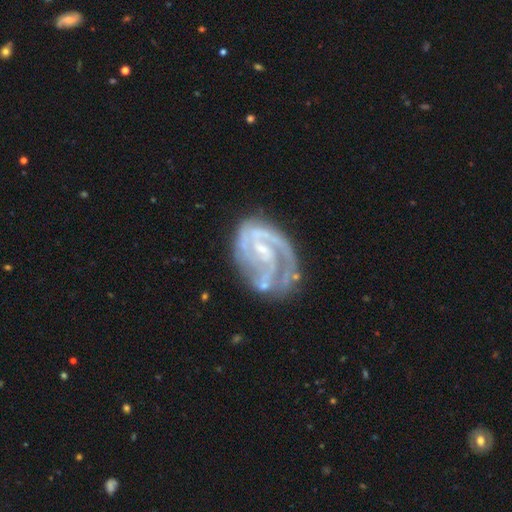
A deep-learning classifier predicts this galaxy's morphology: Q: Smooth or featured?
A: featured or disk (84%); runner-up: smooth (8%)
Q: Edge-on disk?
A: no (98%); runner-up: yes (2%)
Q: Bar?
A: weak (46%); runner-up: no (35%)
Q: Spiral arms?
A: yes (91%); runner-up: no (9%)
Q: Spiral winding?
A: medium (42%); tied with: tight (42%)
Q: Spiral arm count?
A: 2 (48%); runner-up: can't tell (19%)
Q: Bulge size?
A: small (62%); runner-up: moderate (20%)
Q: Merging?
A: none (53%); runner-up: minor disturbance (21%)